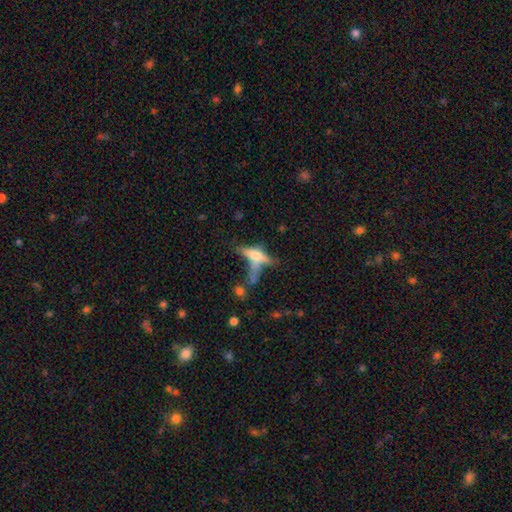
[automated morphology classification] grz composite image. It shows a featured or disk galaxy (45%). Merging: none (38%).